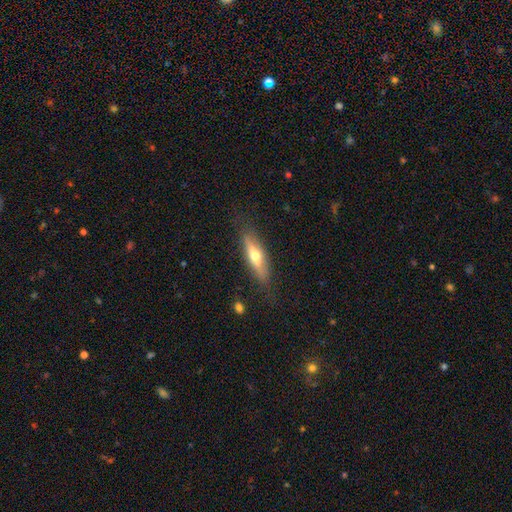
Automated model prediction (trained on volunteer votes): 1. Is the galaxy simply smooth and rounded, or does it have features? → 50% smooth, 44% featured or disk, 6% star or artifact.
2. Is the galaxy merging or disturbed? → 80% none, 14% minor disturbance, 4% major disturbance, 1% merger.